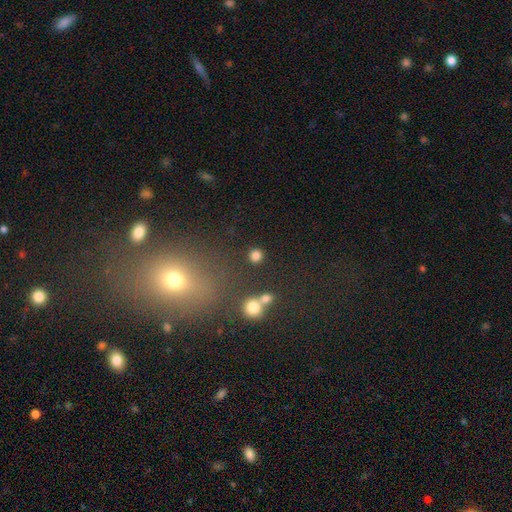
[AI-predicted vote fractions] A smooth galaxy with no disk features (81%) that is round (91%).

Vote fractions:
- Smooth or featured? smooth: 81% / star or artifact: 15% / featured or disk: 5%
- How rounded? round: 91% / in between: 8% / cigar-shaped: 1%
- Merging? none: 84% / merger: 7% / minor disturbance: 6% / major disturbance: 3%